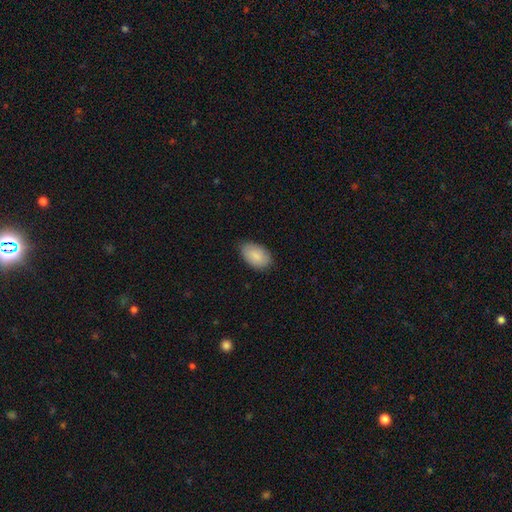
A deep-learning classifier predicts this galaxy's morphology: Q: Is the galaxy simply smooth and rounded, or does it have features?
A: smooth — 87%.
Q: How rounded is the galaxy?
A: in between — 93%.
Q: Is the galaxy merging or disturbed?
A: none — 80%.